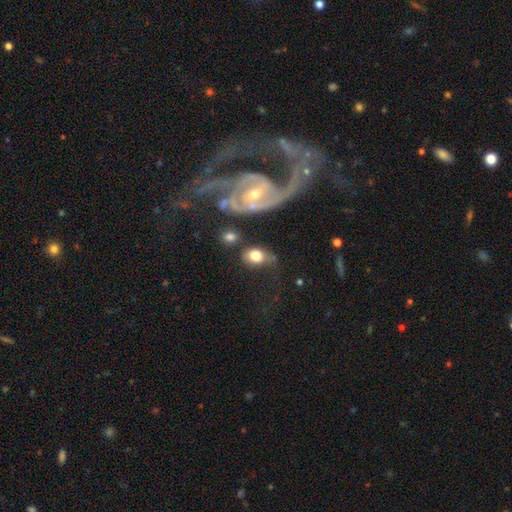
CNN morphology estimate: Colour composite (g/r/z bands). It shows a smooth galaxy with no disk features (69%) that is in between round and cigar-shaped (60%). Merging: none (38%).